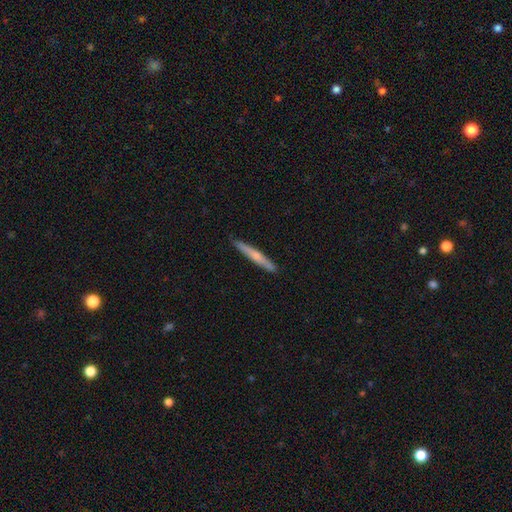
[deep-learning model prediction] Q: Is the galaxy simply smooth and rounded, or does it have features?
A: smooth — 53%.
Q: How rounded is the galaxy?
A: cigar-shaped — 96%.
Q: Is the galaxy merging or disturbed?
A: none — 90%.